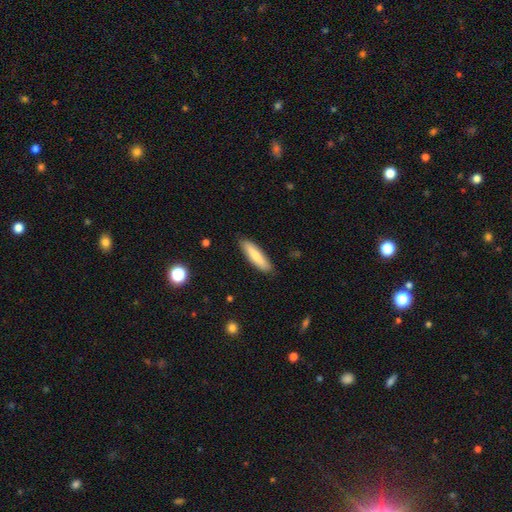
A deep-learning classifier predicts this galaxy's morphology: This appears to be a smooth galaxy with no disk features (76%) that is cigar-shaped (71%). Merging: none (88%).